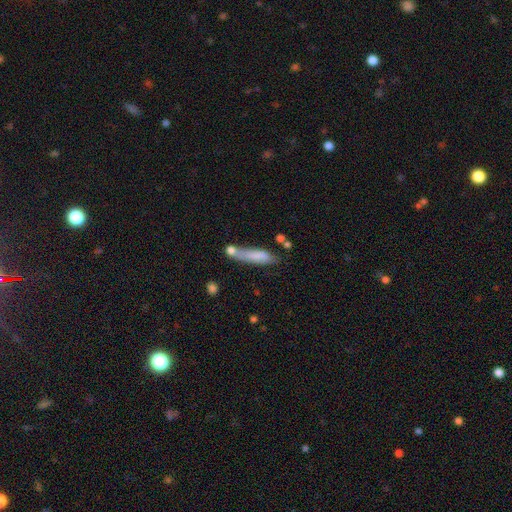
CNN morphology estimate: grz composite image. It shows a smooth galaxy with no disk features (71%) that is cigar-shaped (76%). Merging: none (44%).